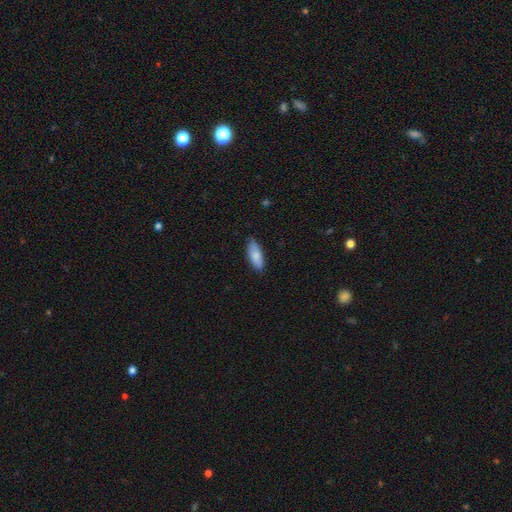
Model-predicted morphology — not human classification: The model was most divided on "how rounded": in between: 70%, cigar-shaped: 28%, round: 2%. More confident: smooth or featured — smooth (84%); merging — none (82%).